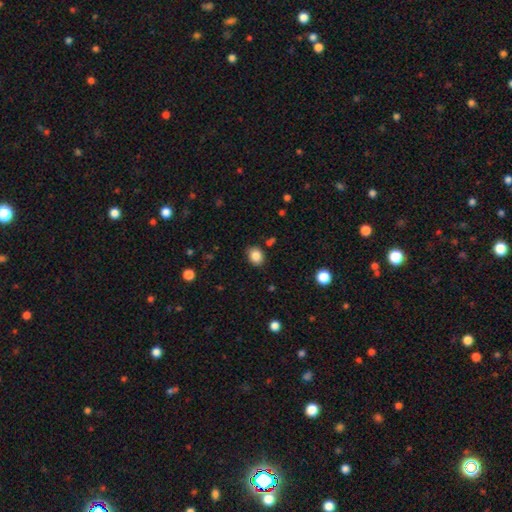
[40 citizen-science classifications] smooth 95%, star or artifact 5%, featured or disk 0%. Down the decision tree: how rounded — round (58%); merging — none (84%).